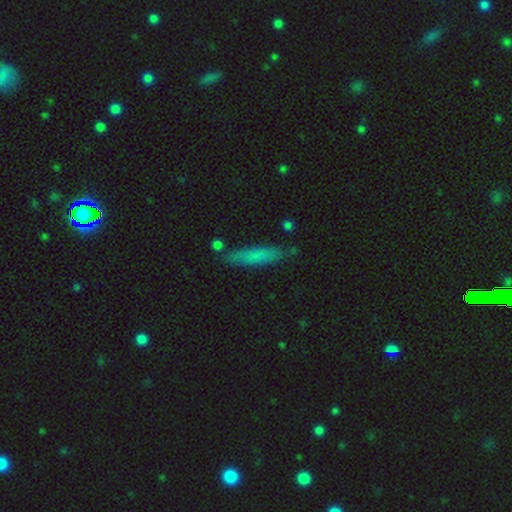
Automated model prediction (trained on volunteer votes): Overall: smooth (76%). How rounded: cigar-shaped (82%). Merging: none (80%).